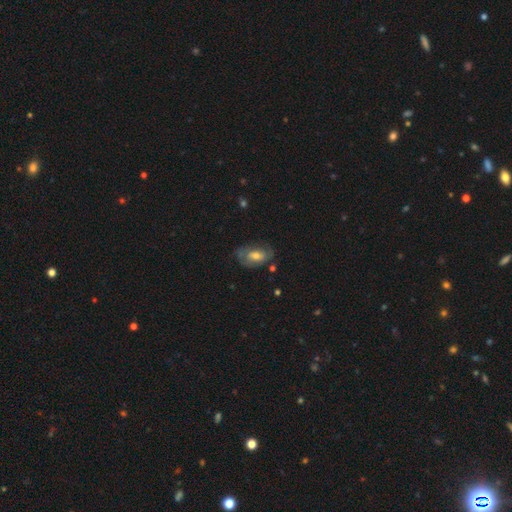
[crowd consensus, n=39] Morphology: type=featured or disk (51%); edge-on=no (95%); bar=no (63%); spiral arms=no (53%); bulge=moderate (53%); merging=none (76%).